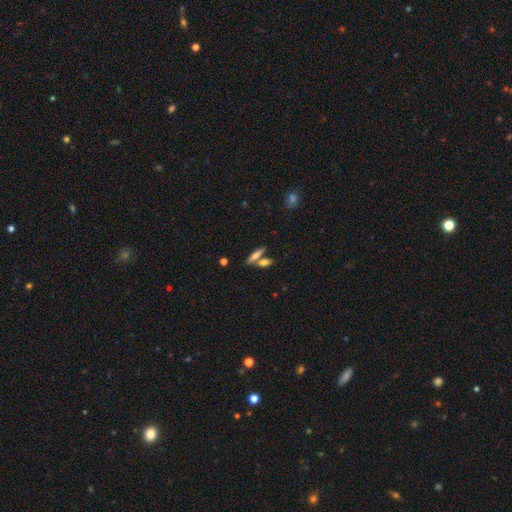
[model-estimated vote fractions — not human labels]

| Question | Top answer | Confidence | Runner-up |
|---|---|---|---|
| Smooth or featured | smooth | 57% | featured or disk (35%) |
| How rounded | cigar-shaped | 63% | in between (33%) |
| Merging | none | 58% | merger (31%) |